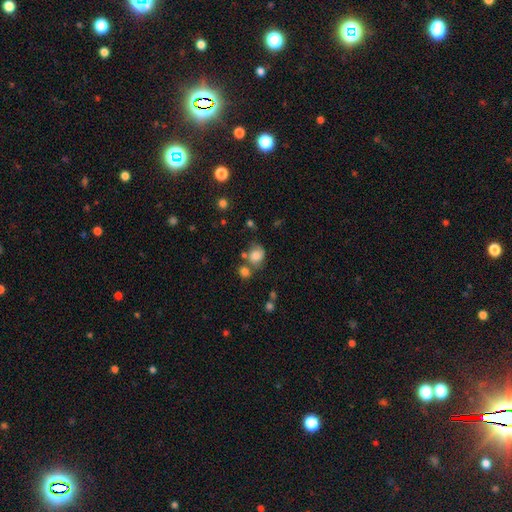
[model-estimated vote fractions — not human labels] This is likely a smooth galaxy (71%). How rounded: likely round (60%). Merging: possibly none (49%).